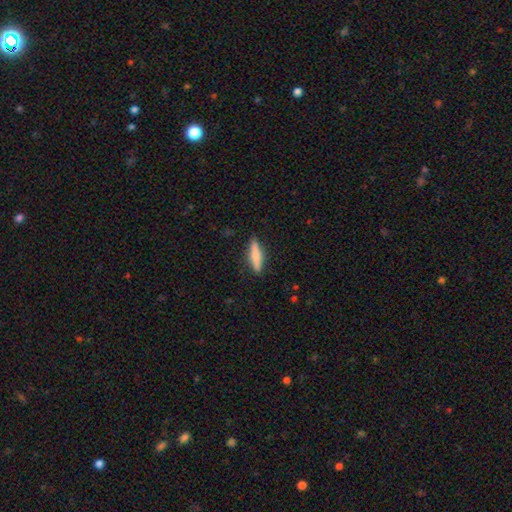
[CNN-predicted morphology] Smooth or featured: smooth — 76% (featured or disk — 18%)
How rounded: cigar-shaped — 80% (in between — 18%)
Merging: none — 88% (minor disturbance — 9%)